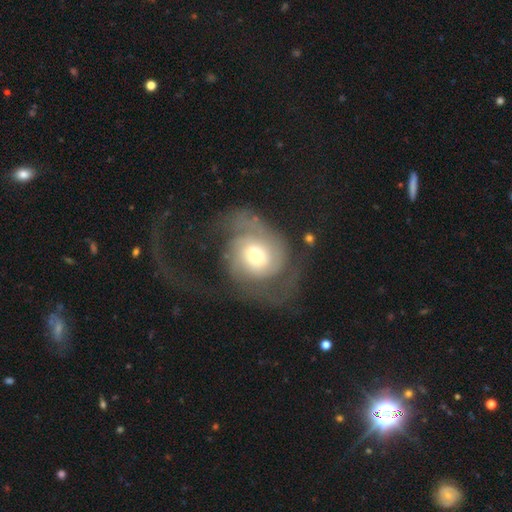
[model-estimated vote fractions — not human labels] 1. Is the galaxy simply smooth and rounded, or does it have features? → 79% featured or disk, 15% smooth, 6% star or artifact.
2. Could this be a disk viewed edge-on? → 97% no, 3% yes.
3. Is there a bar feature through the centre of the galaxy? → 70% no, 24% weak, 6% strong.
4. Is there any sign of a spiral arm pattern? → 93% yes, 7% no.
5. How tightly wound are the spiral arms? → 39% medium, 34% tight, 27% loose.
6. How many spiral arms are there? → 59% 2, 14% 1, 14% can't tell, 7% 3, 3% 4, 3% more than 4.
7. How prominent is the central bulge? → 59% moderate, 23% small, 14% large, 2% dominant, 1% none.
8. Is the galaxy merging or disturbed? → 42% none (tied), 42% major disturbance (tied), 14% minor disturbance, 3% merger.